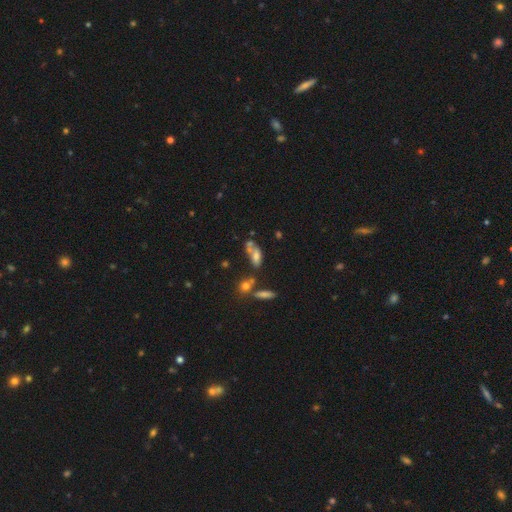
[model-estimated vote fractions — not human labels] This appears to be a smooth galaxy with no disk features (56%) that is in between round and cigar-shaped (77%). Merging: merger (39%).